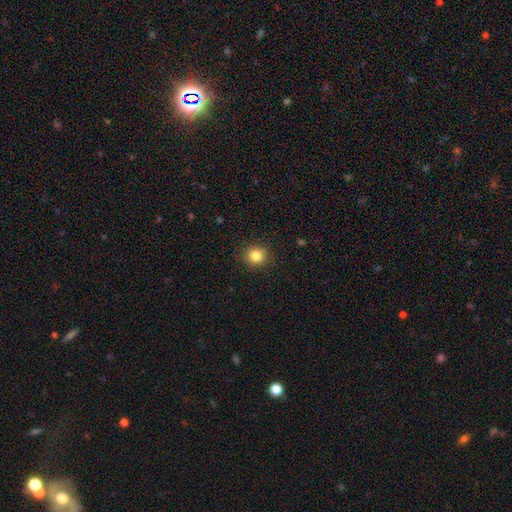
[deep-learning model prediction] Smooth or featured? Predicted: smooth (p=0.84). How rounded? Predicted: round (p=0.87). Merging? Predicted: none (p=0.89).